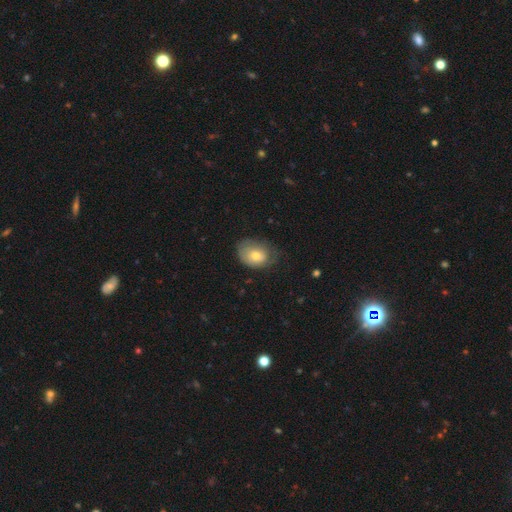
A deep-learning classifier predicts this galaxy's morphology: smooth-or-featured: smooth: 68% | featured or disk: 25% | star or artifact: 7%
  how-rounded: in between: 69% | round: 30% | cigar-shaped: 1%
  merging: none: 53% | minor disturbance: 33% | major disturbance: 13% | merger: 1%